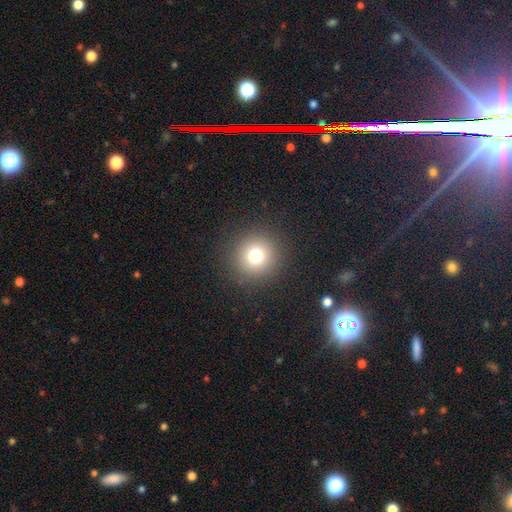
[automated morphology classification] Smooth or featured? Predicted: smooth (p=0.75). How rounded? Predicted: round (p=0.94). Merging? Predicted: none (p=0.91).